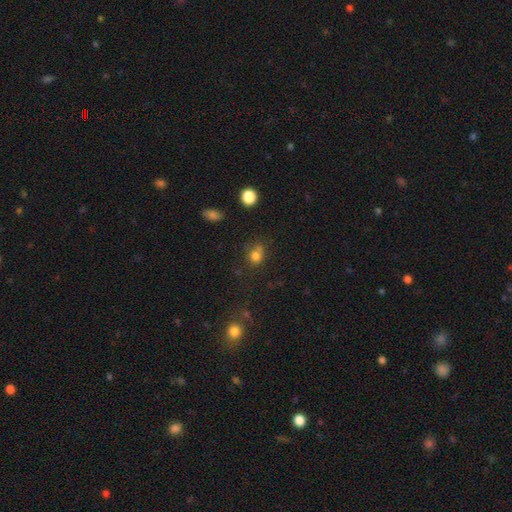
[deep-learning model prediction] Smooth or featured? Predicted: smooth (p=0.77). How rounded? Predicted: round (p=0.76). Merging? Predicted: none (p=0.53).